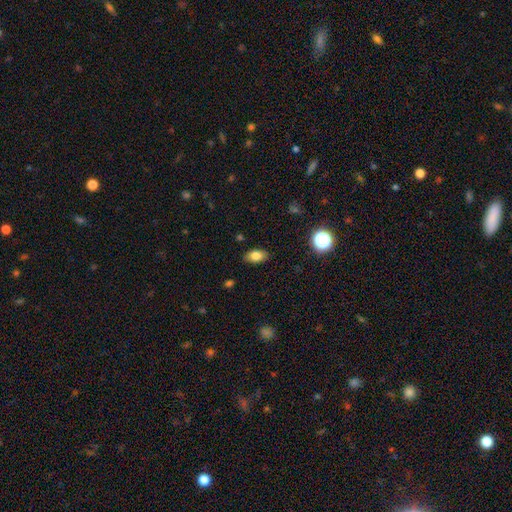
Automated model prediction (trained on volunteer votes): A smooth galaxy with no disk features (81%) that is in between round and cigar-shaped (88%).

Vote fractions:
- Smooth or featured? smooth: 81% / star or artifact: 10% / featured or disk: 9%
- How rounded? in between: 88% / round: 9% / cigar-shaped: 2%
- Merging? none: 86% / minor disturbance: 10% / major disturbance: 2% / merger: 1%